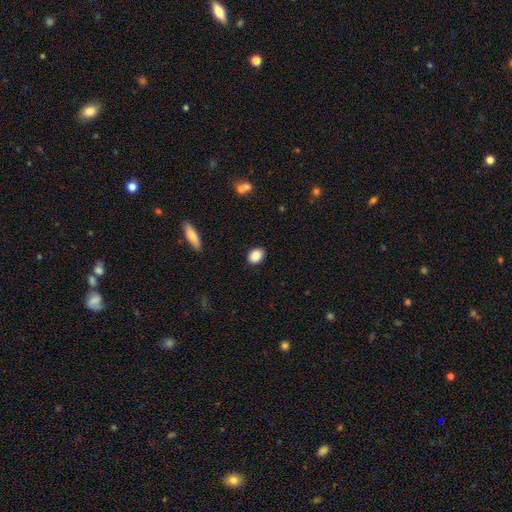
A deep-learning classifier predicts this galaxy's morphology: Smooth or featured: smooth — 88% (star or artifact — 8%)
How rounded: in between — 69% (round — 30%)
Merging: none — 89% (minor disturbance — 8%)